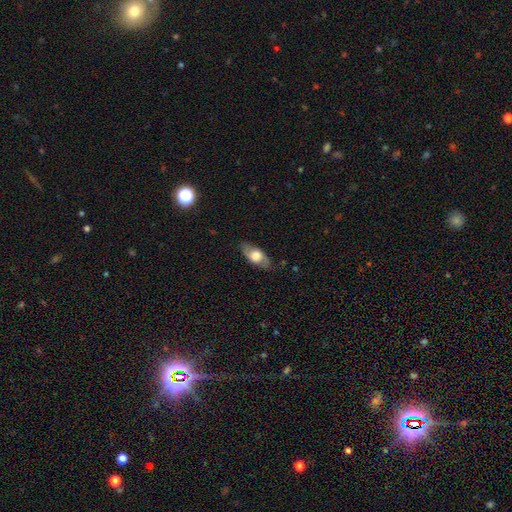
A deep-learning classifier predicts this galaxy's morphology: type=smooth (53%); roundness=in between (82%); merging=none (80%).